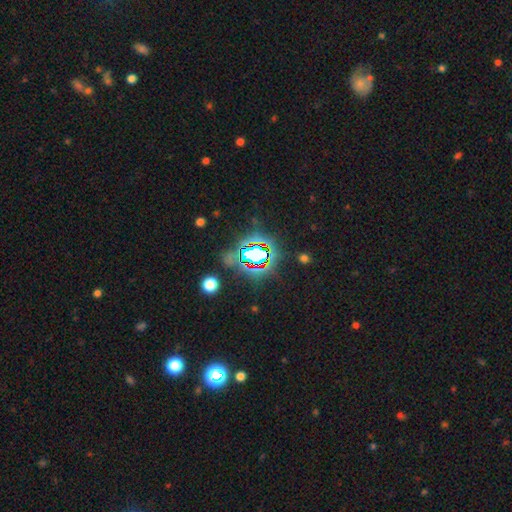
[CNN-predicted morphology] type=star or artifact (72%).